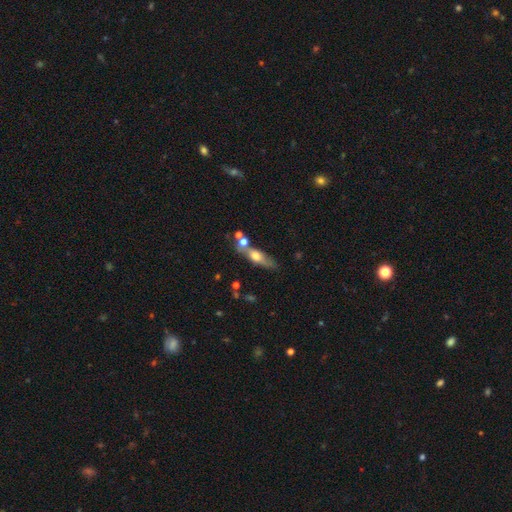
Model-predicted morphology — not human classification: smooth_or_featured: smooth (p=0.48) [alt: featured or disk p=0.44]
merging: none (p=0.57) [alt: merger p=0.19]